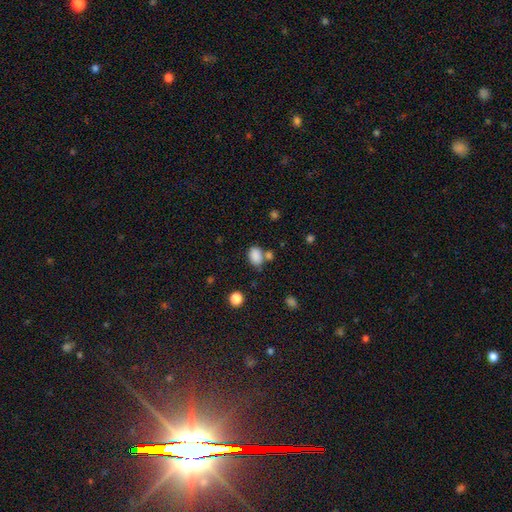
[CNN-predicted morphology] Q: Smooth or featured?
A: smooth (85%); runner-up: star or artifact (9%)
Q: How rounded?
A: in between (81%); runner-up: round (17%)
Q: Merging?
A: none (58%); runner-up: merger (21%)